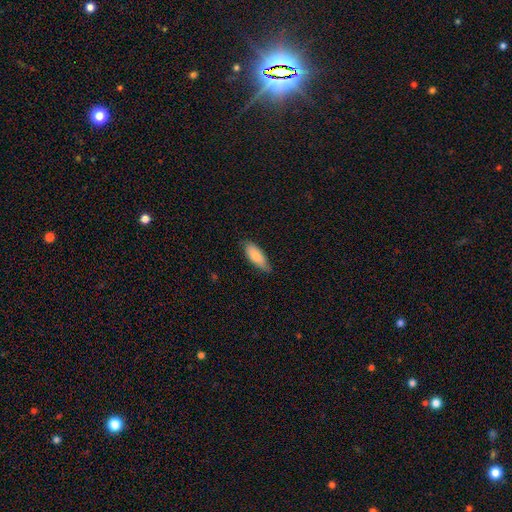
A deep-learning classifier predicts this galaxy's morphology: Overall: smooth (82%). How rounded: in between (69%). Merging: none (74%).